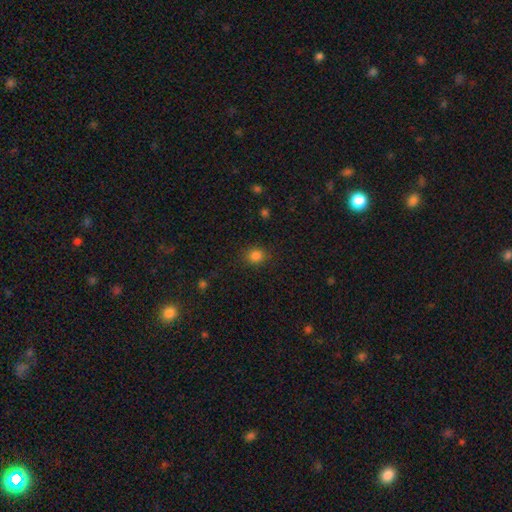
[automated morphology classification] This appears to be a smooth galaxy with no disk features (83%) that is round (77%). Merging: none (86%).